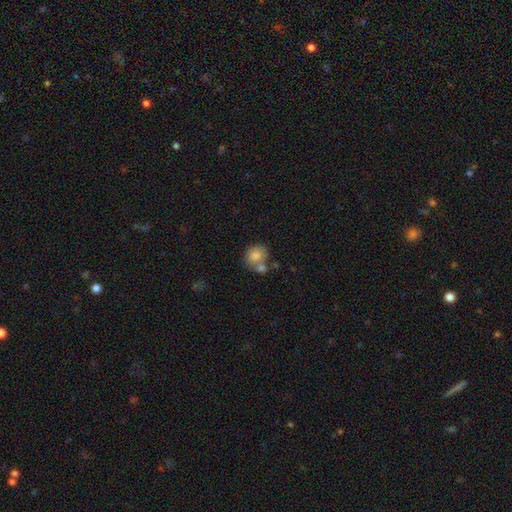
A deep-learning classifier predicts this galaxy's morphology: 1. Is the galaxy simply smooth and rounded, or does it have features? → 81% smooth, 10% featured or disk, 9% star or artifact.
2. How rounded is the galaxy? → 74% round, 25% in between, 1% cigar-shaped.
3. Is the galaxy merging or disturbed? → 46% none, 37% merger, 12% minor disturbance, 4% major disturbance.